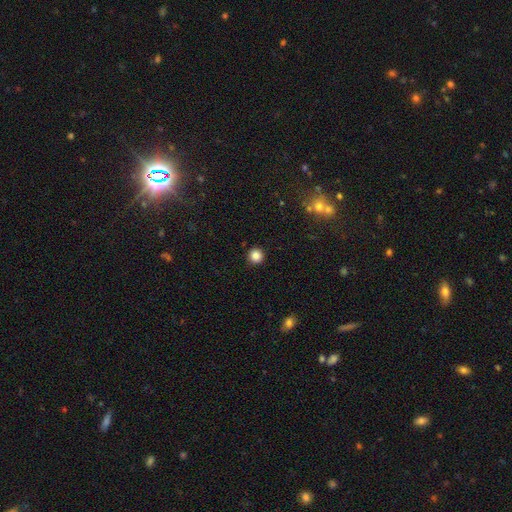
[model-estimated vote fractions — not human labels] Smooth or featured: smooth — 85% (star or artifact — 11%)
How rounded: round — 96% (in between — 4%)
Merging: none — 93% (minor disturbance — 5%)